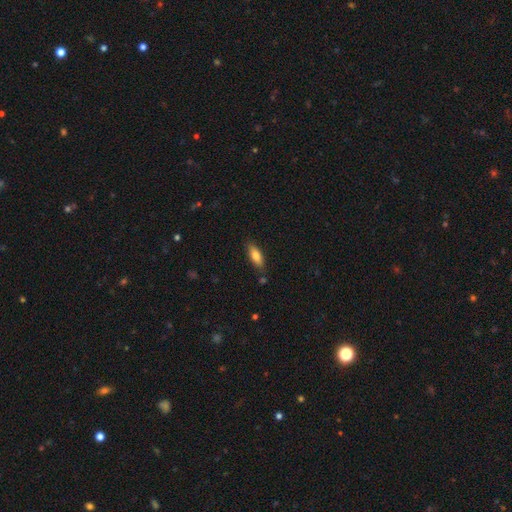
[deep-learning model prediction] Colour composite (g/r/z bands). It shows a smooth galaxy with no disk features (77%) that is in between round and cigar-shaped (62%). Merging: none (82%).